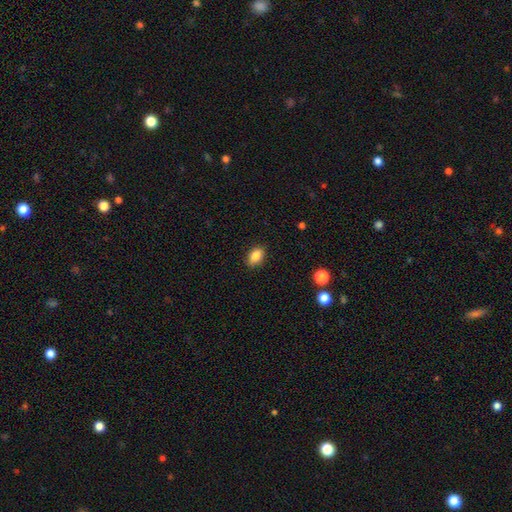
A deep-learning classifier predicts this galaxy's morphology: type=smooth (86%); roundness=in between (86%); merging=none (86%).